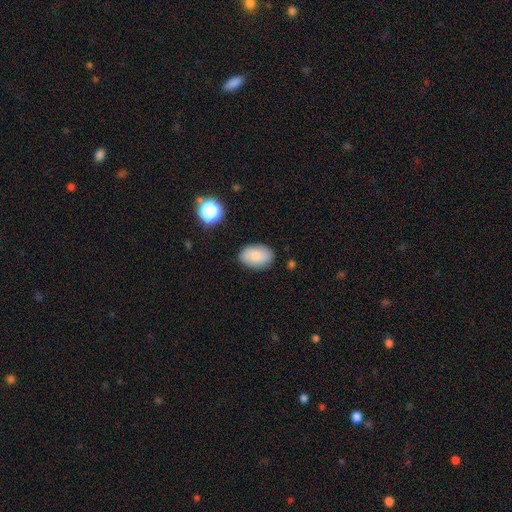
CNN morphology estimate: Smooth or featured?
  - smooth: 82% *
  - featured or disk: 10%
  - star or artifact: 8%
How rounded?
  - in between: 87% *
  - round: 12%
  - cigar-shaped: 1%
Merging?
  - none: 85% *
  - minor disturbance: 11%
  - major disturbance: 3%
  - merger: 2%